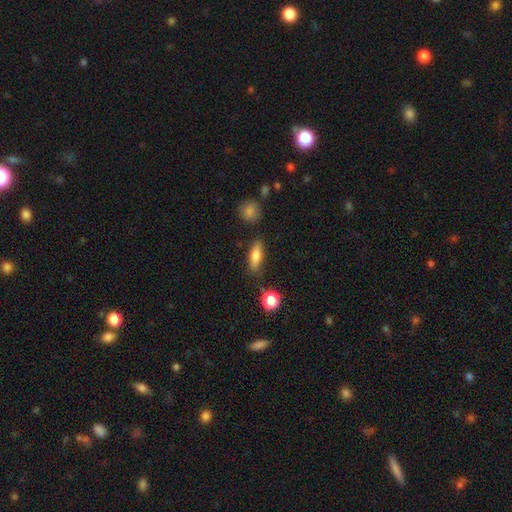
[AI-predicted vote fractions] A smooth galaxy with no disk features (73%) that is in between round and cigar-shaped (52%).

Vote fractions:
- Smooth or featured? smooth: 73% / featured or disk: 19% / star or artifact: 8%
- How rounded? in between: 52% / cigar-shaped: 44% / round: 4%
- Merging? none: 79% / minor disturbance: 13% / merger: 4% / major disturbance: 4%